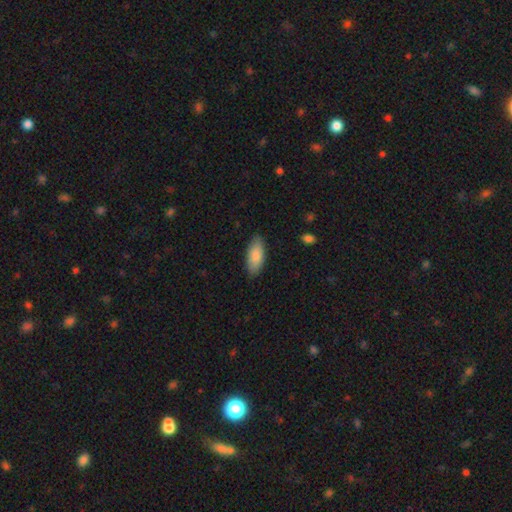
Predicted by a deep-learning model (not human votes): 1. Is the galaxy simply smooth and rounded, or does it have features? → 85% smooth, 9% featured or disk, 6% star or artifact.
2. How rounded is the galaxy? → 86% in between, 12% cigar-shaped, 2% round.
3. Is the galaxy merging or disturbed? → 85% none, 11% minor disturbance, 2% major disturbance, 1% merger.